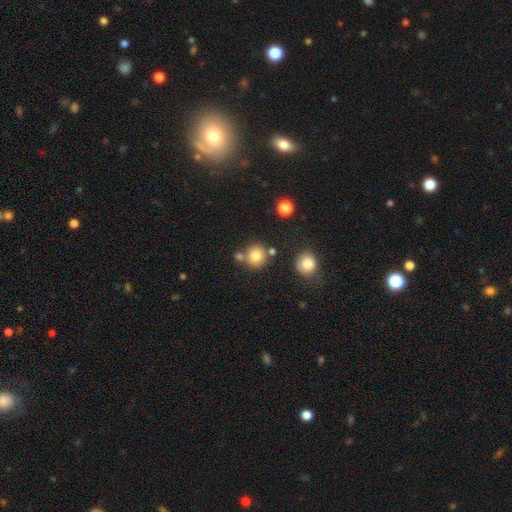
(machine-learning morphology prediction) This appears to be a smooth galaxy with no disk features (79%) that is round (90%). Merging: none (71%).